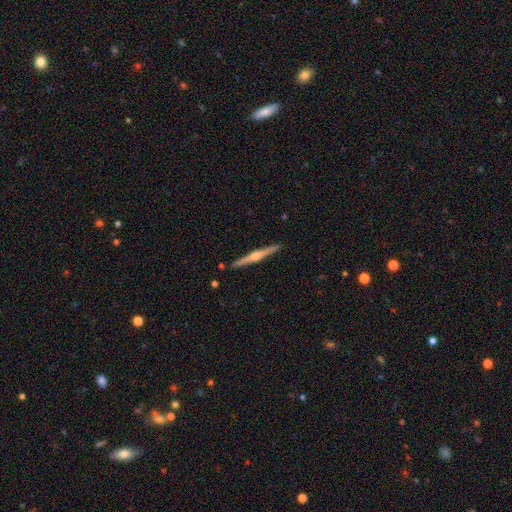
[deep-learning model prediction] Smooth or featured?
  - featured or disk: 78% *
  - smooth: 17%
  - star or artifact: 5%
Edge-on disk?
  - yes: 98% *
  - no: 2%
Edge-on bulge?
  - rounded: 87% *
  - none: 7%
  - boxy: 6%
Merging?
  - none: 92% *
  - minor disturbance: 5%
  - merger: 1%
  - major disturbance: 1%